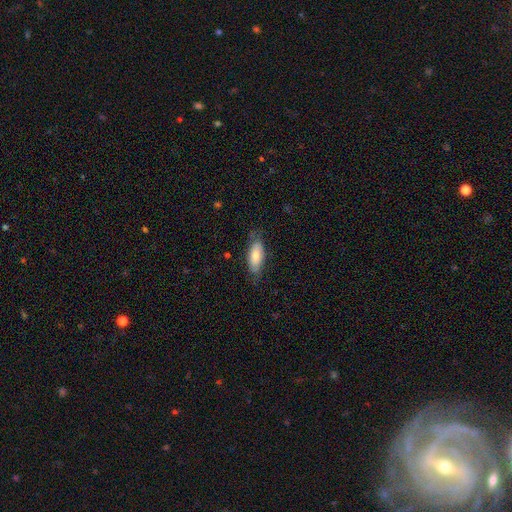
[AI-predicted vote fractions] Morphology: type=smooth (76%); roundness=in between (76%); merging=none (71%).